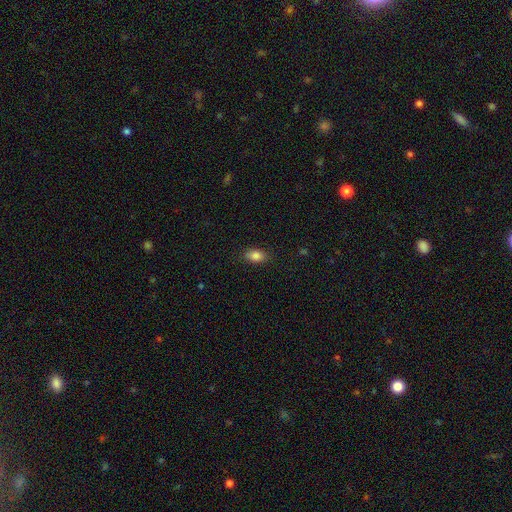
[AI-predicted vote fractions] A smooth galaxy with no disk features (85%) that is in between round and cigar-shaped (86%).

Vote fractions:
- Smooth or featured? smooth: 85% / star or artifact: 9% / featured or disk: 7%
- How rounded? in between: 86% / round: 11% / cigar-shaped: 3%
- Merging? none: 83% / minor disturbance: 13% / major disturbance: 3% / merger: 1%